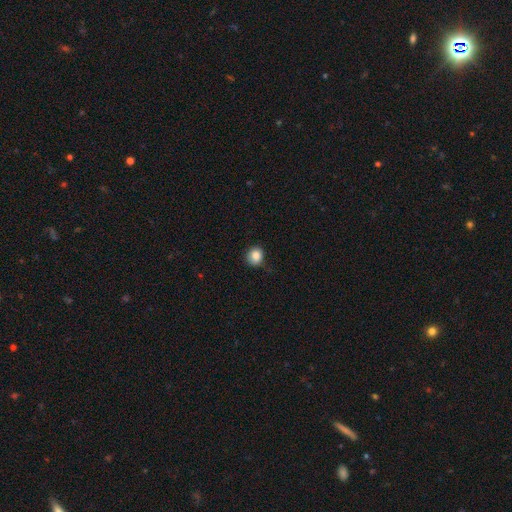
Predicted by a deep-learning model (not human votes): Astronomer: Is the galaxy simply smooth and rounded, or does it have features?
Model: smooth — 86%.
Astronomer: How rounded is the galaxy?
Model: round — 82%.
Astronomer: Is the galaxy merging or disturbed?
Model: none — 81%.